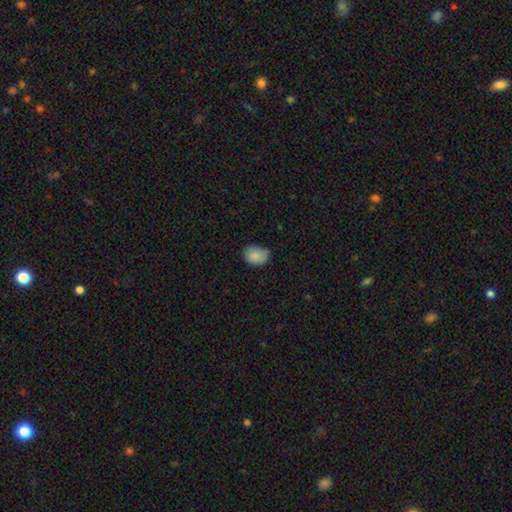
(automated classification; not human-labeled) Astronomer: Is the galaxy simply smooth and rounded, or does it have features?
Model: smooth — 85%.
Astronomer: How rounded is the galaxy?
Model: in between — 67%.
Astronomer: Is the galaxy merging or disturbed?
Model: none — 59% (runner-up: minor disturbance, 34%).